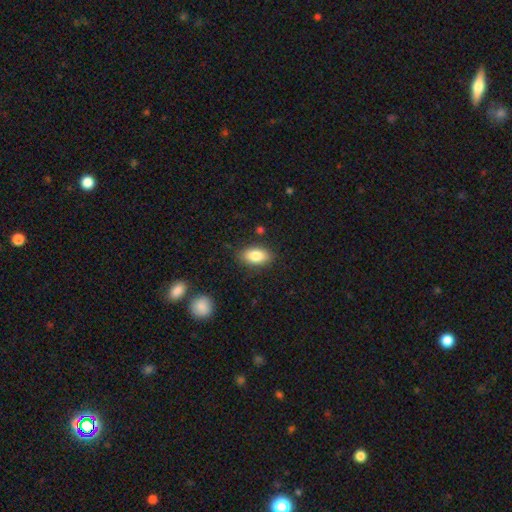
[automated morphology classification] smooth_or_featured: smooth (p=0.84) [alt: featured or disk p=0.09]
how_rounded: in between (p=0.90) [alt: round p=0.06]
merging: none (p=0.85) [alt: minor disturbance p=0.11]